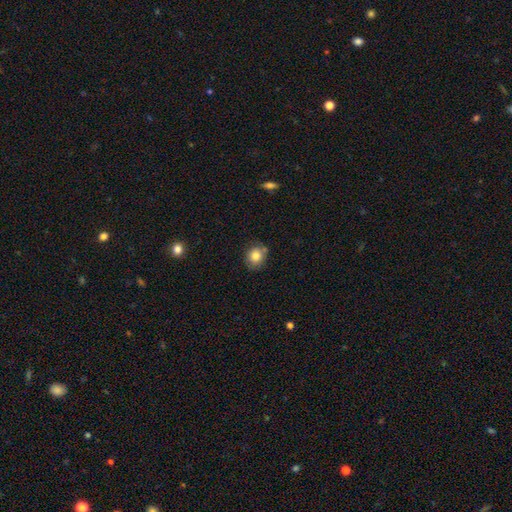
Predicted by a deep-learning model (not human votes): Q: Smooth or featured?
A: smooth (82%); runner-up: star or artifact (9%)
Q: How rounded?
A: round (72%); runner-up: in between (27%)
Q: Merging?
A: none (72%); runner-up: minor disturbance (18%)